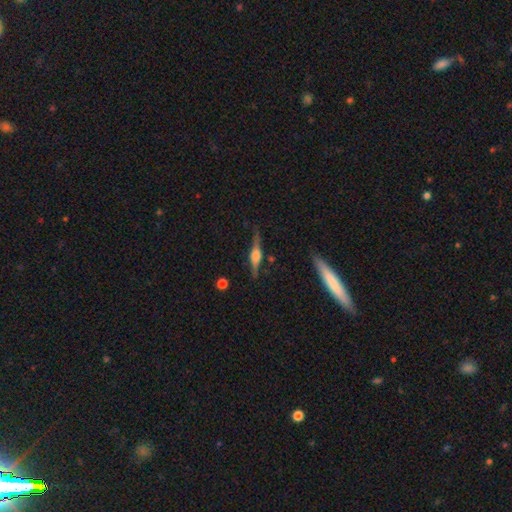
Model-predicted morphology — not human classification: Smooth or featured? Predicted: featured or disk (p=0.78). Edge-on disk? Predicted: yes (p=0.97). Edge-on bulge? Predicted: rounded (p=0.82). Merging? Predicted: none (p=0.84).